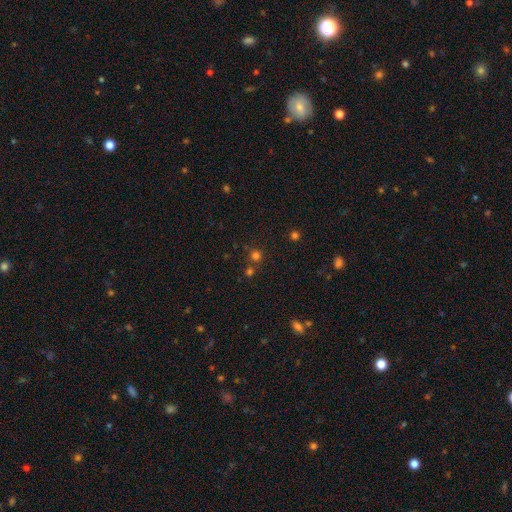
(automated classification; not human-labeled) A smooth galaxy with no disk features (68%) that is round (92%).

Vote fractions:
- Smooth or featured? smooth: 68% / star or artifact: 26% / featured or disk: 6%
- How rounded? round: 92% / in between: 7% / cigar-shaped: 1%
- Merging? none: 72% / merger: 18% / minor disturbance: 7% / major disturbance: 3%